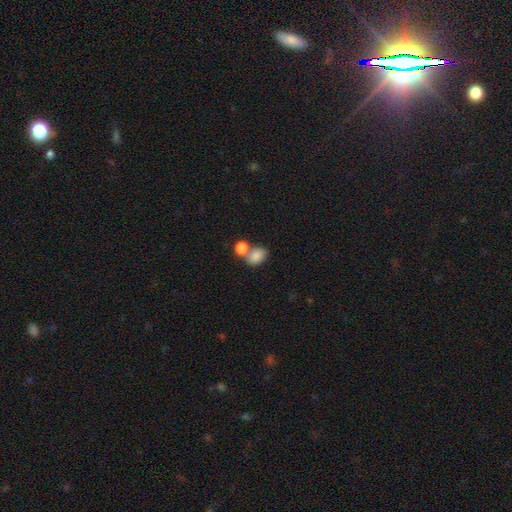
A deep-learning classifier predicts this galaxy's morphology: Smooth or featured: smooth — 84% (star or artifact — 8%)
How rounded: in between — 70% (round — 29%)
Merging: merger — 48% (none — 35%)